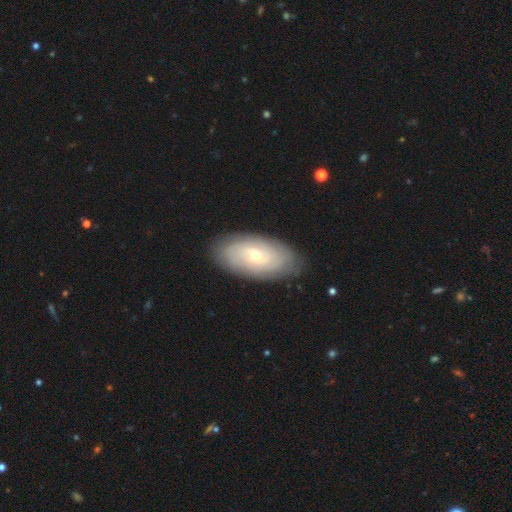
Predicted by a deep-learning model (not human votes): This appears to be a featured or disk galaxy (67%) with no bar (69%), spiral arms (78%) and a small central bulge (62%). Merging: none (85%).